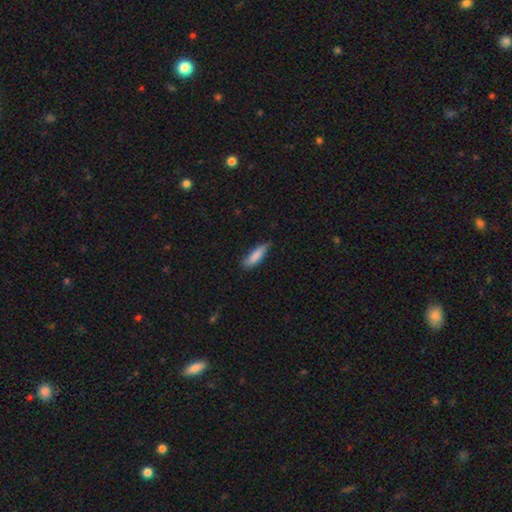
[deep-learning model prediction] Morphology: type=smooth (83%); roundness=cigar-shaped (59%); merging=none (70%).